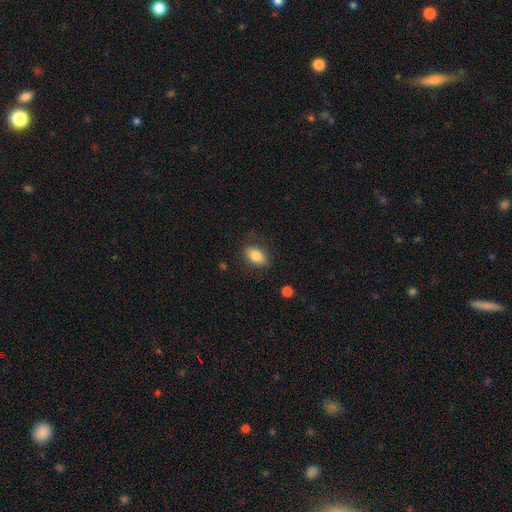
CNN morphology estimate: Q: Smooth or featured?
A: smooth (84%); runner-up: featured or disk (9%)
Q: How rounded?
A: in between (88%); runner-up: round (10%)
Q: Merging?
A: none (80%); runner-up: minor disturbance (14%)